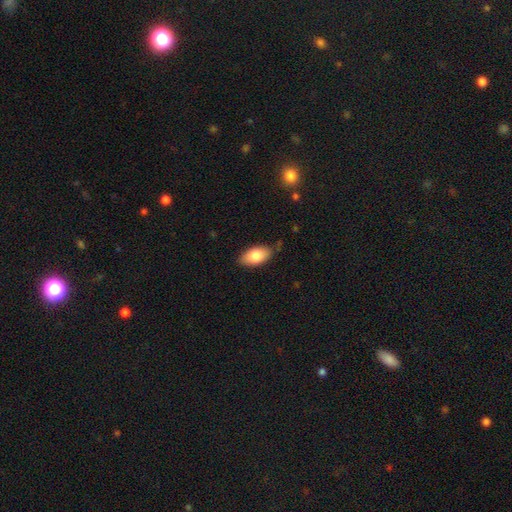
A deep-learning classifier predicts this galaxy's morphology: Smooth or featured: smooth — 82% (featured or disk — 11%)
How rounded: in between — 93% (round — 4%)
Merging: none — 81% (minor disturbance — 15%)